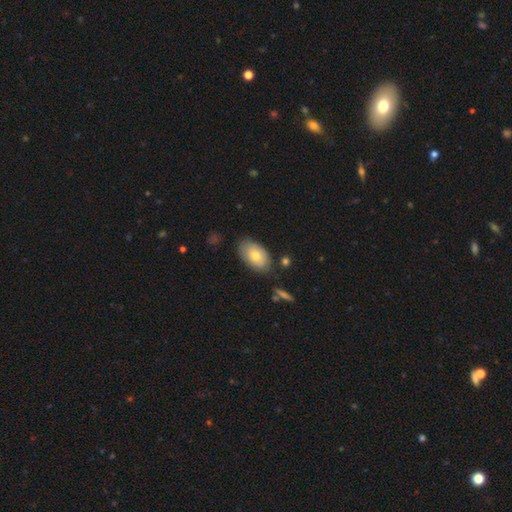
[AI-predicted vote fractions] Smooth or featured: smooth — 71% (featured or disk — 22%)
How rounded: in between — 91% (round — 8%)
Merging: none — 75% (minor disturbance — 17%)